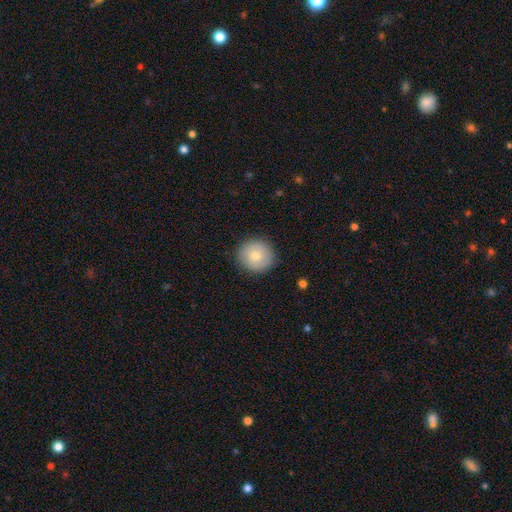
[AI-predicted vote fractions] smooth 76%, featured or disk 16%, star or artifact 8%. Down the decision tree: how rounded — round (93%); merging — none (89%).